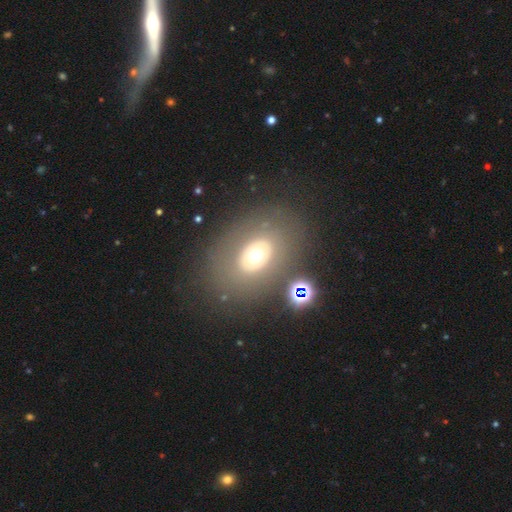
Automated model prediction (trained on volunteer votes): smooth 46%, featured or disk 41%, star or artifact 13%. Down the decision tree: merging — none (76%).